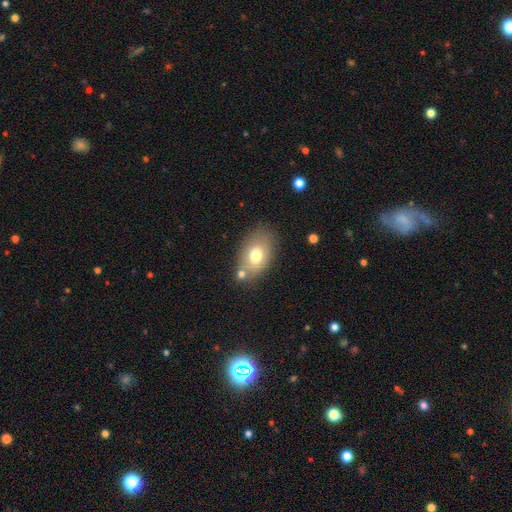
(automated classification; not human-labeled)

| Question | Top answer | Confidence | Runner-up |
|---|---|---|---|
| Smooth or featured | smooth | 71% | featured or disk (20%) |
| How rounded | in between | 86% | round (13%) |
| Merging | none | 69% | minor disturbance (15%) |